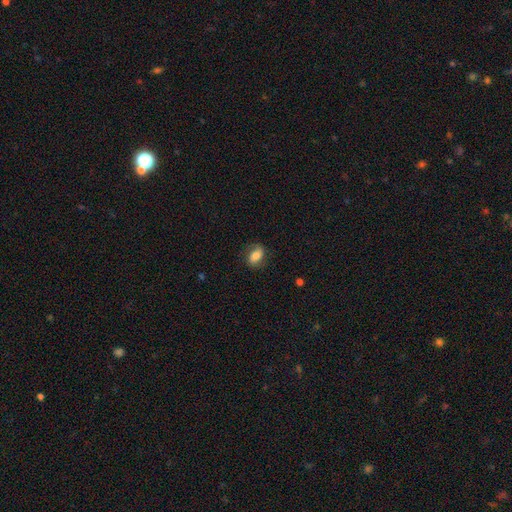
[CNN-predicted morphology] Smooth or featured: smooth — 64% (featured or disk — 27%)
How rounded: in between — 79% (round — 18%)
Merging: none — 73% (minor disturbance — 19%)